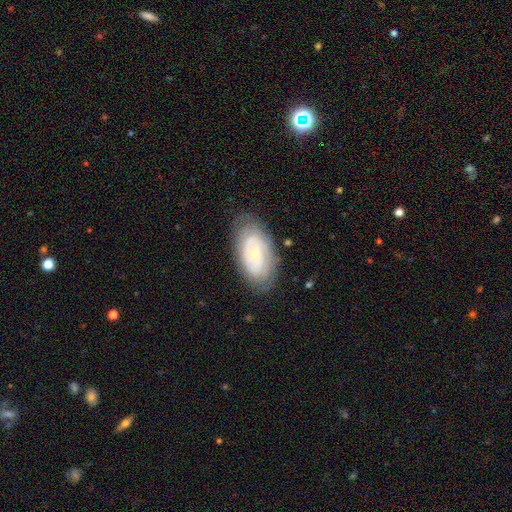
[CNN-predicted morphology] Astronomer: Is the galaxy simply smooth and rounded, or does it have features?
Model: featured or disk — 62%.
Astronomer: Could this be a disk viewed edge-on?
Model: no — 93%.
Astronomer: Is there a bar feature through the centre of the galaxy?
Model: no — 67%.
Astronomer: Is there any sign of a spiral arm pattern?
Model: yes — 77%.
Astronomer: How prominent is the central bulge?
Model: small — 74%.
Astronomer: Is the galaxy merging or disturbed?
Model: none — 78%.